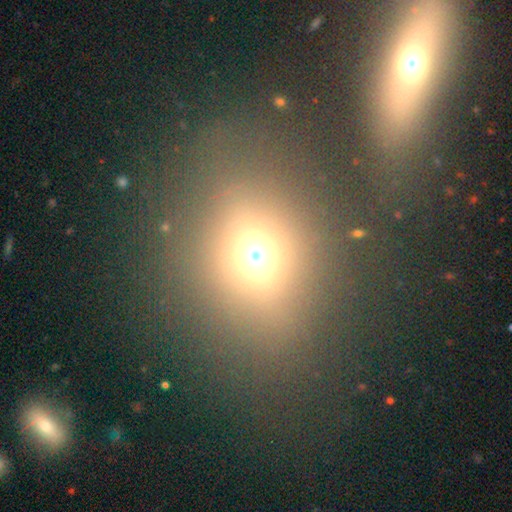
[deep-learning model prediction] A smooth galaxy with no disk features (65%) that is round (62%). Merging: none (74%).